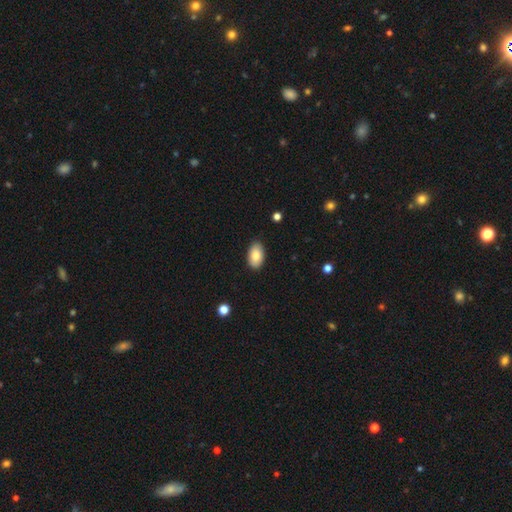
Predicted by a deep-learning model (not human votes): This appears to be a smooth galaxy with no disk features (85%) that is in between round and cigar-shaped (94%). Merging: none (87%).